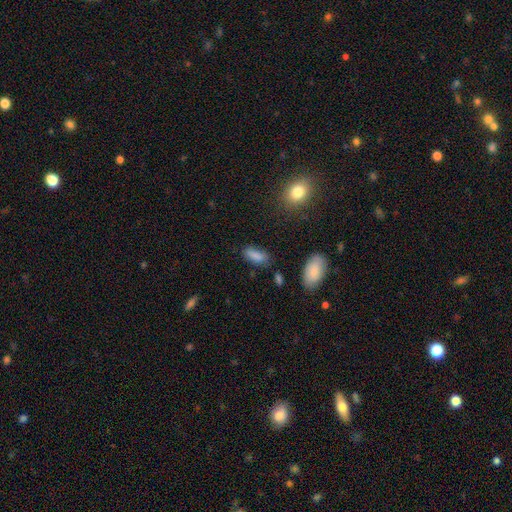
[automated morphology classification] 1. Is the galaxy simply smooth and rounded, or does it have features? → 84% smooth, 9% star or artifact, 7% featured or disk.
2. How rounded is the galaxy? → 77% in between, 20% cigar-shaped, 3% round.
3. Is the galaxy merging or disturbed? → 69% none, 21% minor disturbance, 6% major disturbance, 5% merger.